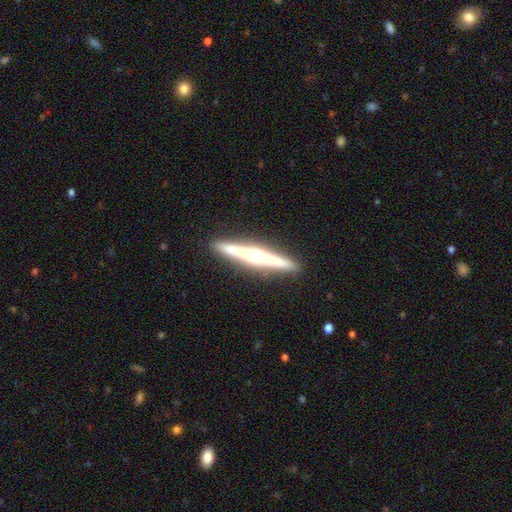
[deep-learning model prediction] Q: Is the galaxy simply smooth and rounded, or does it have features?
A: featured or disk — 72%.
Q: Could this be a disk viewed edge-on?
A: yes — 98%.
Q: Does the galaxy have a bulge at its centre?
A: rounded — 69%.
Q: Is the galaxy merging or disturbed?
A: none — 91%.